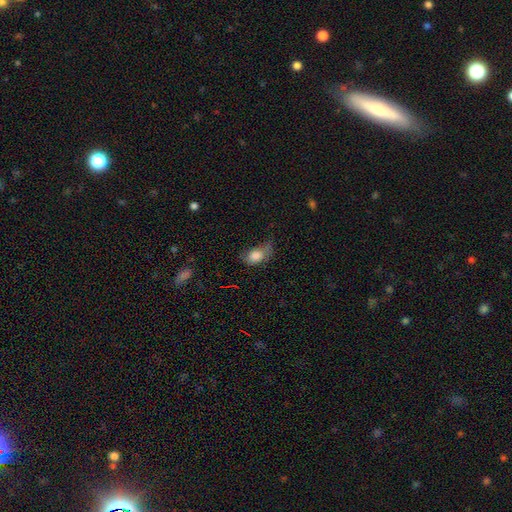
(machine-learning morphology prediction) A smooth galaxy with no disk features (80%) that is in between round and cigar-shaped (83%).

Vote fractions:
- Smooth or featured? smooth: 80% / featured or disk: 12% / star or artifact: 9%
- How rounded? in between: 83% / round: 14% / cigar-shaped: 2%
- Merging? minor disturbance: 39% / none: 31% / major disturbance: 27% / merger: 3%